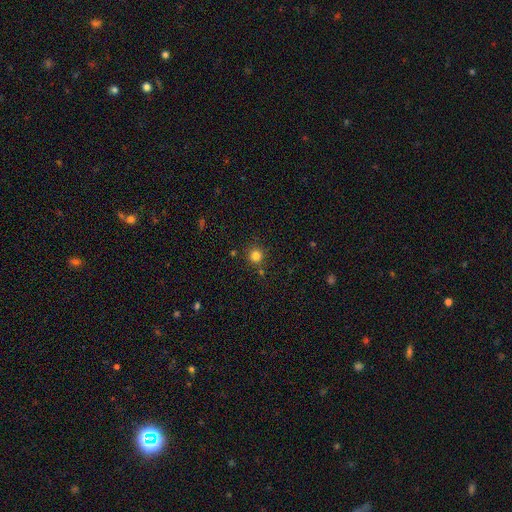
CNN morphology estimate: This is clearly a smooth galaxy (80%). How rounded: clearly round (95%). Merging: clearly none (84%).